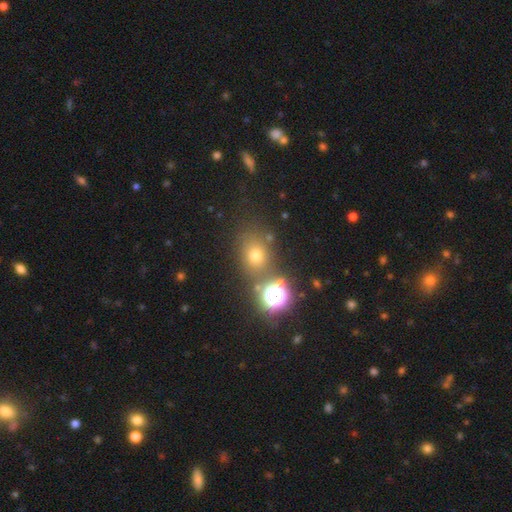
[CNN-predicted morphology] smooth_or_featured: smooth (p=0.64) [alt: star or artifact p=0.26]
how_rounded: round (p=0.61) [alt: in between p=0.38]
merging: none (p=0.72) [alt: minor disturbance p=0.12]